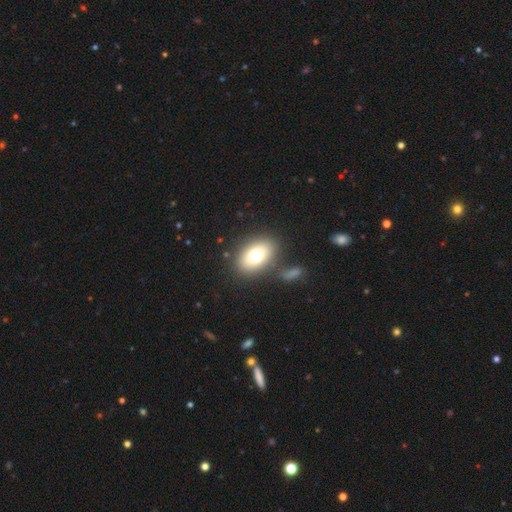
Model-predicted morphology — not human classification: Q: Smooth or featured?
A: smooth (71%); runner-up: featured or disk (20%)
Q: How rounded?
A: in between (83%); runner-up: round (16%)
Q: Merging?
A: none (75%); runner-up: minor disturbance (12%)